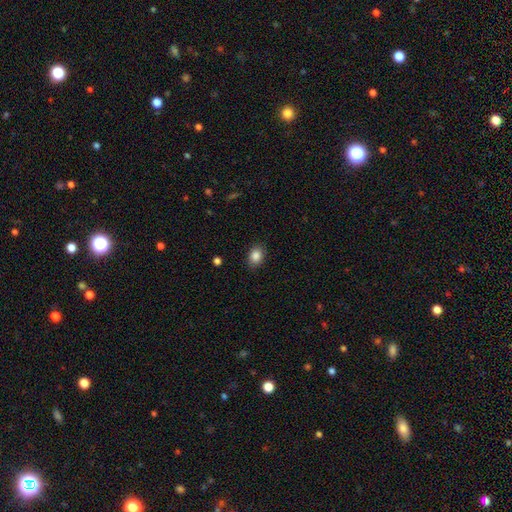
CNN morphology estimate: smooth-or-featured: smooth: 86% | star or artifact: 9% | featured or disk: 5%
  how-rounded: in between: 66% | round: 33% | cigar-shaped: 1%
  merging: none: 87% | minor disturbance: 9% | major disturbance: 2% | merger: 1%